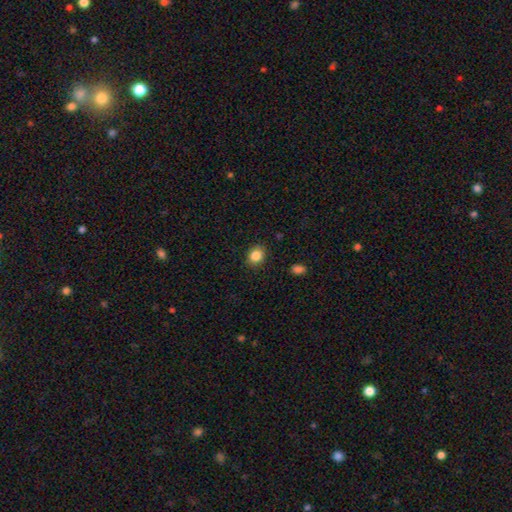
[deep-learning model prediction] Morphology: type=smooth (85%); roundness=round (62%); merging=none (87%).